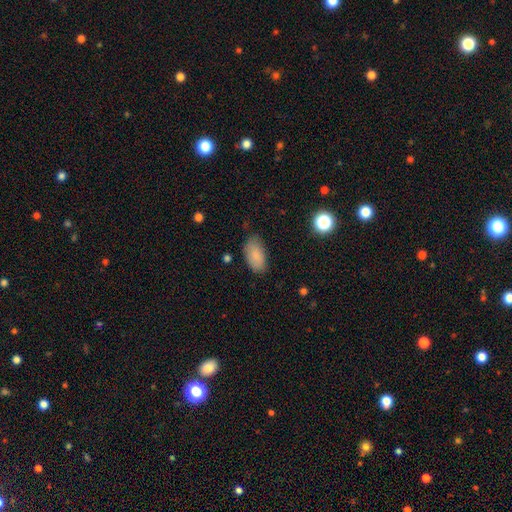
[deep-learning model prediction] This appears to be a smooth galaxy with no disk features (86%) that is in between round and cigar-shaped (94%). Merging: none (76%).